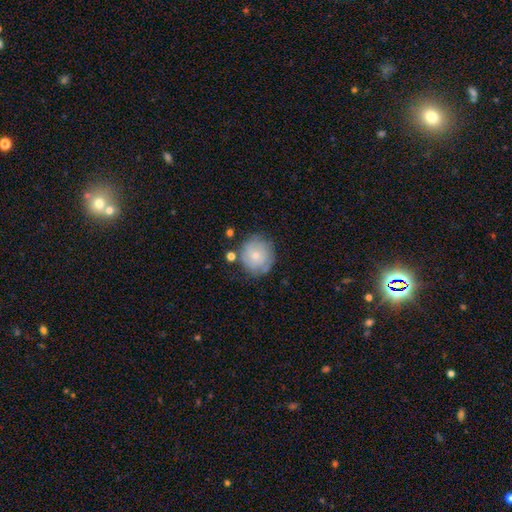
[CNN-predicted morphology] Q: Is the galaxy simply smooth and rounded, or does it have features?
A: smooth — 70%.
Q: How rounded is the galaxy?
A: round — 88%.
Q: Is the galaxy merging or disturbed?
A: none — 69%.